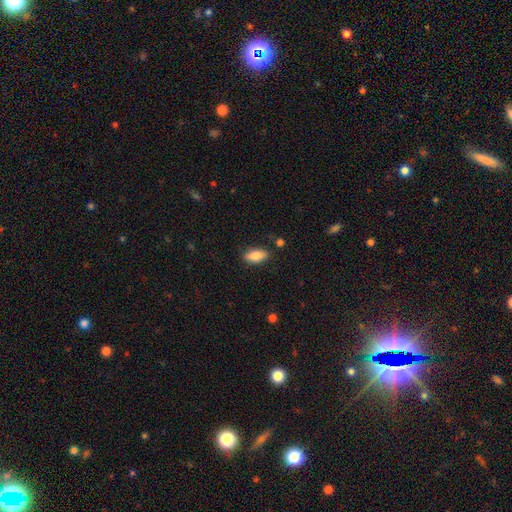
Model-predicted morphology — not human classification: This appears to be a smooth galaxy with no disk features (82%) that is in between round and cigar-shaped (87%). Merging: none (85%).